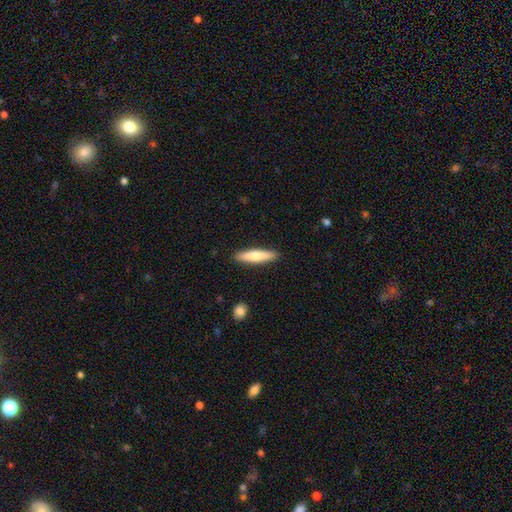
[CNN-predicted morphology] A smooth galaxy with no disk features (69%) that is cigar-shaped (82%). Merging: none (90%).